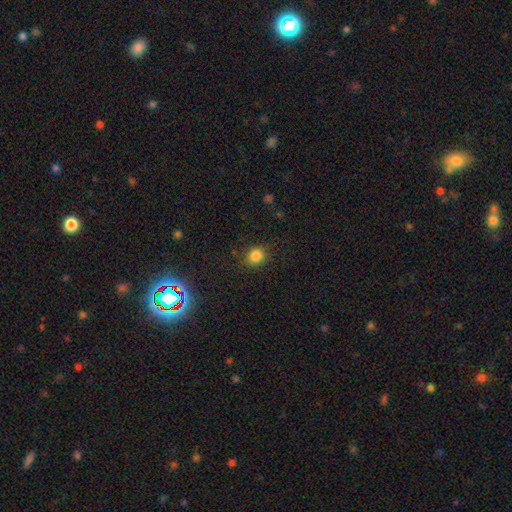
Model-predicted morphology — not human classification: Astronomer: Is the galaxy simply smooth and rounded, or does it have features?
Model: smooth — 83%.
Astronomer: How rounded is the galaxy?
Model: round — 66%.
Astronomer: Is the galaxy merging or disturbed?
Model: none — 85%.